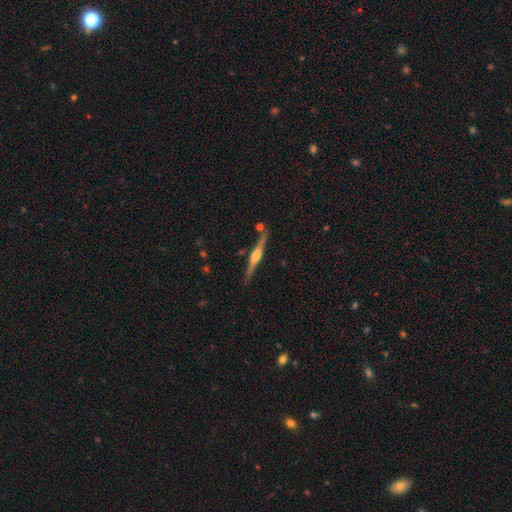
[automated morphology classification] smooth-or-featured: featured or disk: 81% | smooth: 13% | star or artifact: 5%
  disk-edge-on: yes: 98% | no: 2%
    edge-on-bulge: rounded: 87% | boxy: 10% | none: 3%
  merging: none: 85% | minor disturbance: 9% | merger: 4% | major disturbance: 2%